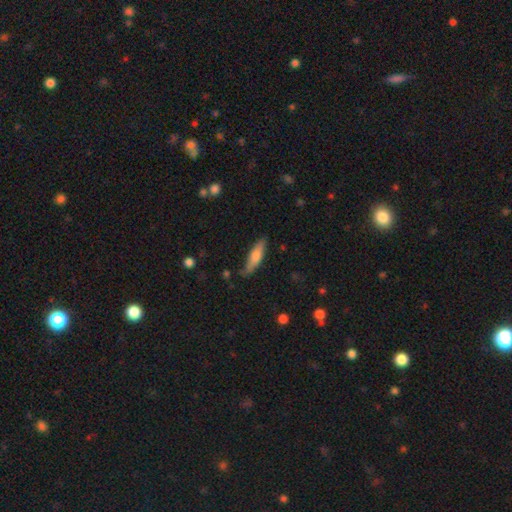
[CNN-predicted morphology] smooth 64%, featured or disk 30%, star or artifact 6%. Down the decision tree: how rounded — cigar-shaped (71%); merging — none (74%).